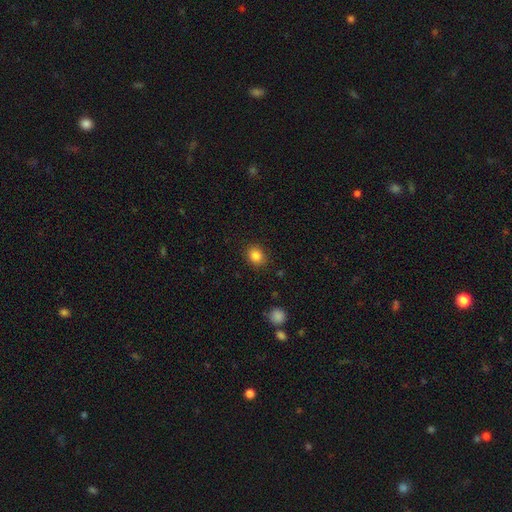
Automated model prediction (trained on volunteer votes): Morphology: type=smooth (84%); roundness=round (66%); merging=none (88%).